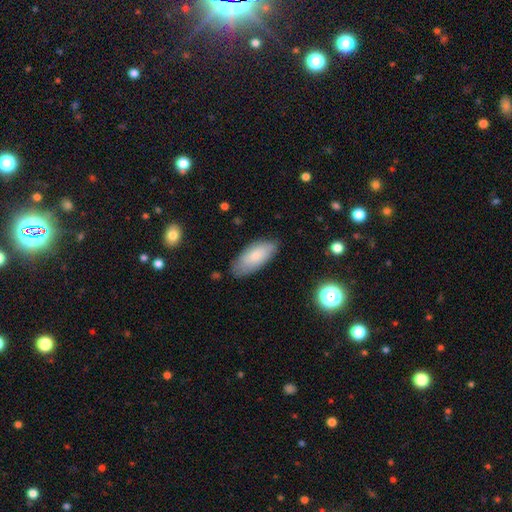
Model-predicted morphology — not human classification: smooth 77%, featured or disk 16%, star or artifact 6%. Down the decision tree: how rounded — in between (86%); merging — none (77%).